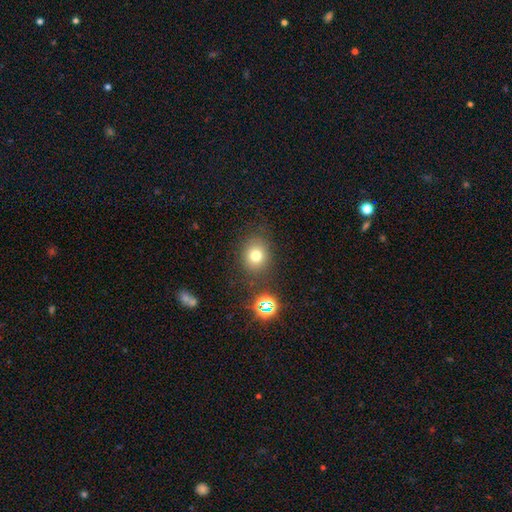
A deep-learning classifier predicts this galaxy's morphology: The model was most divided on "how rounded": round: 69%, in between: 30%, cigar-shaped: 1%. More confident: merging — none (80%); smooth or featured — smooth (74%).